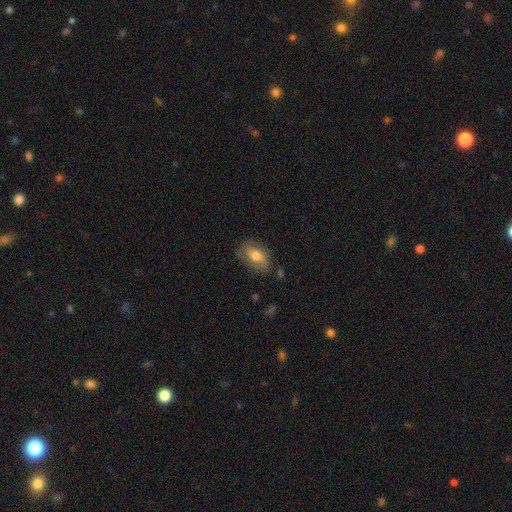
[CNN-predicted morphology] A smooth galaxy with no disk features (65%) that is in between round and cigar-shaped (87%). Merging: none (72%).